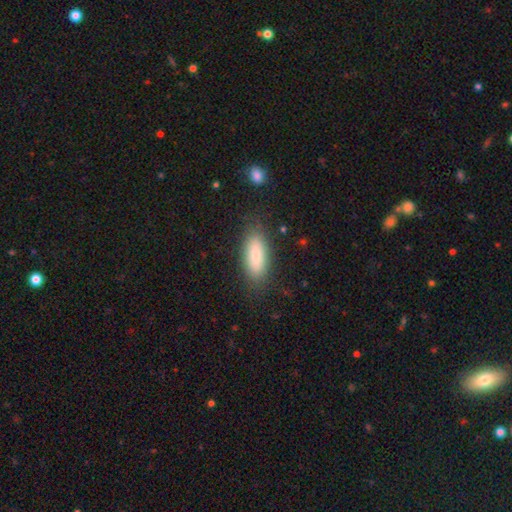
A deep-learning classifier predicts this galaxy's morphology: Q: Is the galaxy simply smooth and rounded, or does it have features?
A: smooth — 82%.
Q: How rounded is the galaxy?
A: in between — 75%.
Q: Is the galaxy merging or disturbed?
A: none — 82%.